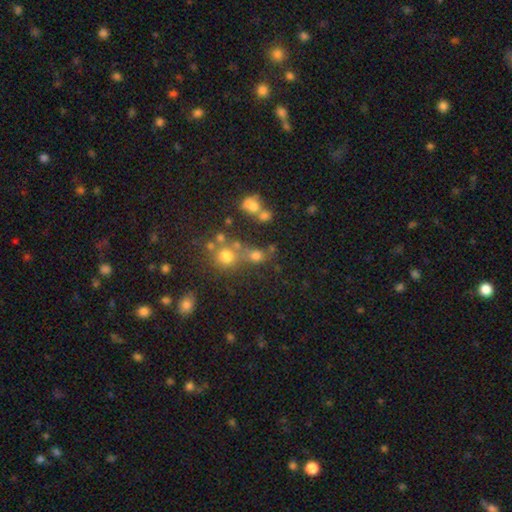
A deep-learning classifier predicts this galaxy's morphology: smooth-or-featured: smooth: 67% | star or artifact: 20% | featured or disk: 13%
  how-rounded: round: 73% | in between: 25% | cigar-shaped: 2%
  merging: none: 50% | merger: 31% | minor disturbance: 11% | major disturbance: 8%